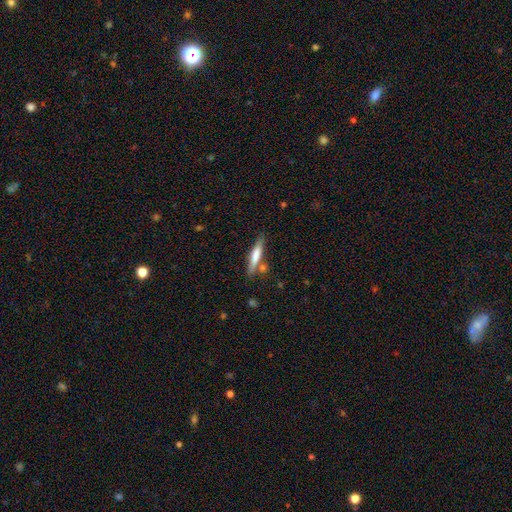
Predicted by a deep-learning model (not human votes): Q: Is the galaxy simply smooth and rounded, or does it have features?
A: smooth — 65%.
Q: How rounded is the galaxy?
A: cigar-shaped — 87%.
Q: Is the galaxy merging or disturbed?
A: none — 74%.